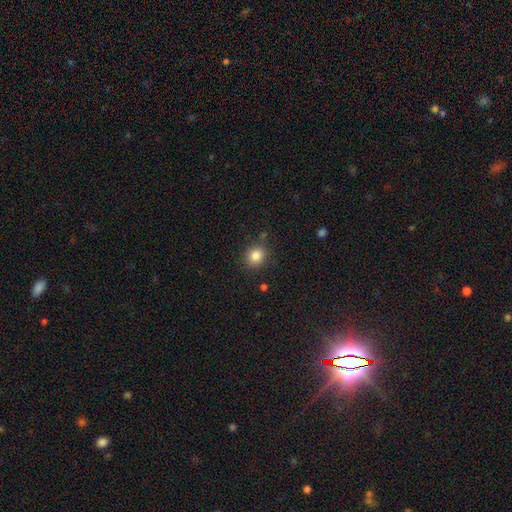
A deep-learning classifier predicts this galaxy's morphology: smooth-or-featured: smooth: 84% | star or artifact: 11% | featured or disk: 5%
  how-rounded: round: 83% | in between: 17% | cigar-shaped: 1%
  merging: none: 84% | minor disturbance: 10% | major disturbance: 3% | merger: 3%